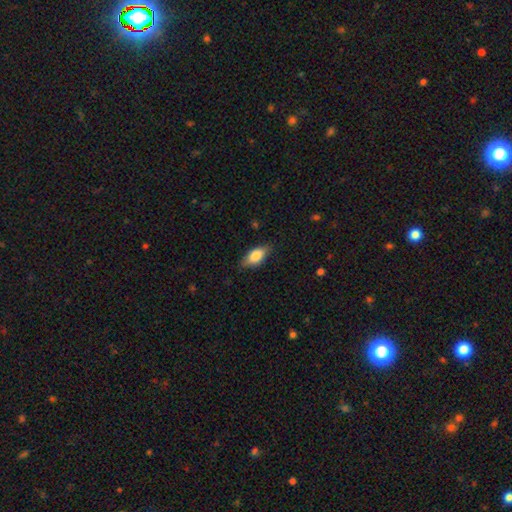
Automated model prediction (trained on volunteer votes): Morphology: type=smooth (80%); roundness=in between (87%); merging=none (81%).